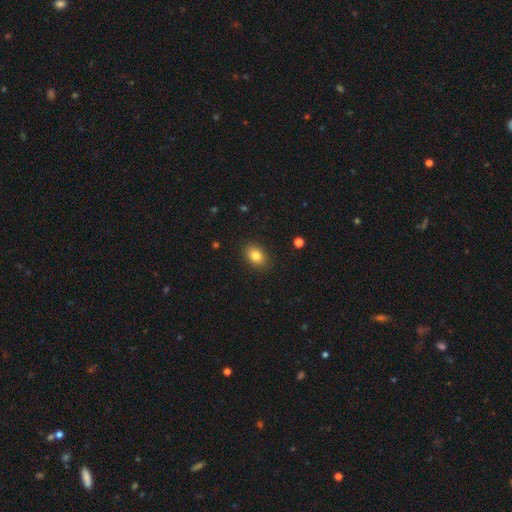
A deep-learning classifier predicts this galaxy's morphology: Overall: smooth (83%). How rounded: in between (72%). Merging: none (88%).